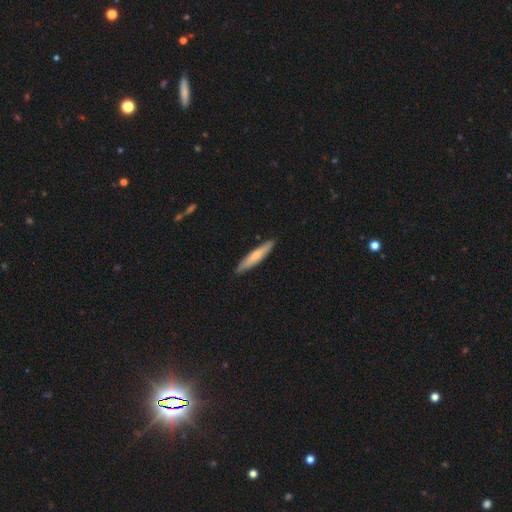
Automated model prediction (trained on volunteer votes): Smooth or featured: smooth — 68% (featured or disk — 27%)
How rounded: cigar-shaped — 90% (in between — 9%)
Merging: none — 88% (minor disturbance — 10%)